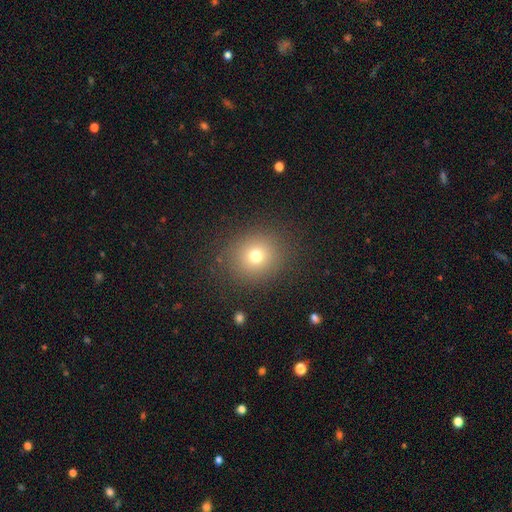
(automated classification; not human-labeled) A smooth galaxy with no disk features (72%) that is round (85%).

Vote fractions:
- Smooth or featured? smooth: 72% / star or artifact: 17% / featured or disk: 12%
- How rounded? round: 85% / in between: 14% / cigar-shaped: 1%
- Merging? none: 86% / minor disturbance: 8% / major disturbance: 5% / merger: 1%